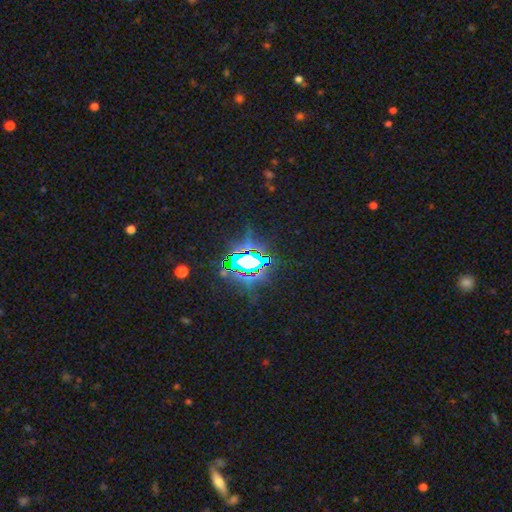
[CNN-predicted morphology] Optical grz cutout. It shows a star or artifact, not a galaxy (77%).